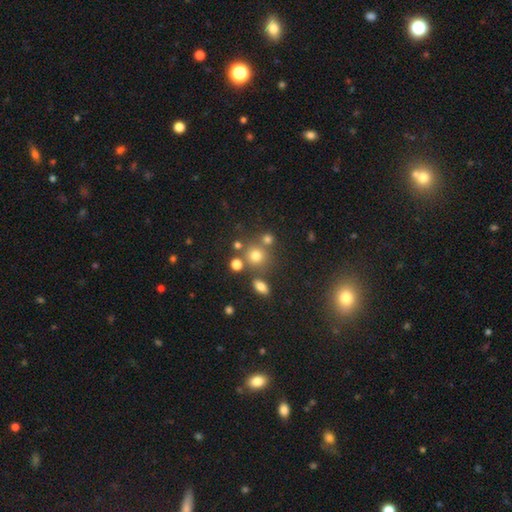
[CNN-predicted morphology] Smooth or featured? Predicted: smooth (p=0.72). How rounded? Predicted: round (p=0.87). Merging? Predicted: none (p=0.68).